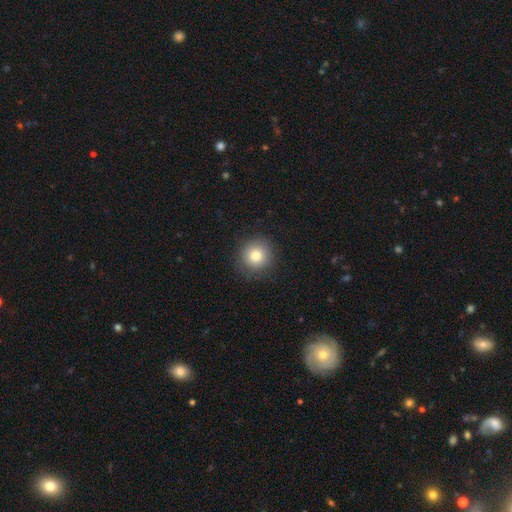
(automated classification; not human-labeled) This appears to be a smooth galaxy with no disk features (80%) that is round (93%). Merging: none (86%).